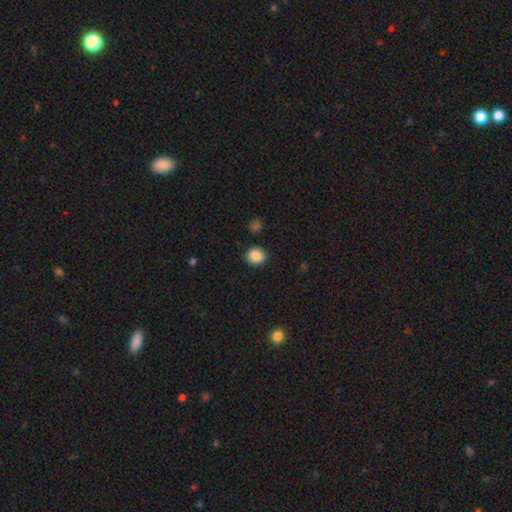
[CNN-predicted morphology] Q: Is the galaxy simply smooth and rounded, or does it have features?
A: smooth — 87%.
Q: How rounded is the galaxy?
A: round — 75%.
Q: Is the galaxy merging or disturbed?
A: none — 89%.